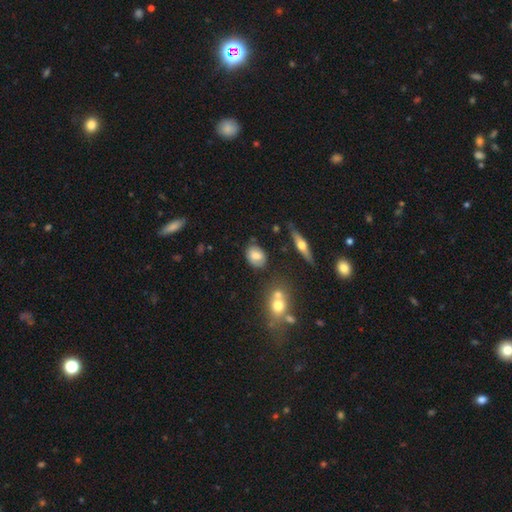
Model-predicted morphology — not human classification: This is likely a smooth galaxy (71%). How rounded: likely in between (63%). Merging: likely none (75%).